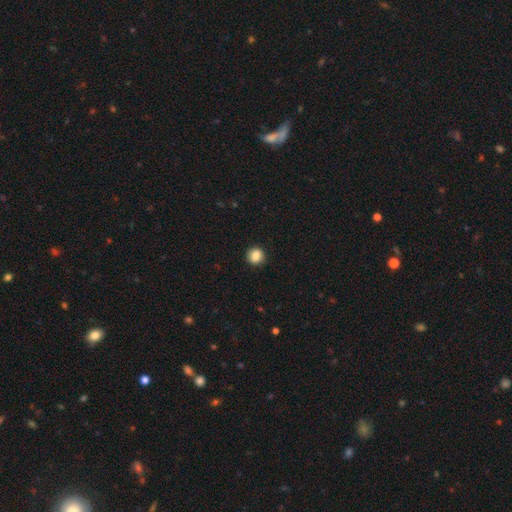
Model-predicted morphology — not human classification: Smooth or featured? smooth (87%)
How rounded? round (83%)
Merging? none (89%)